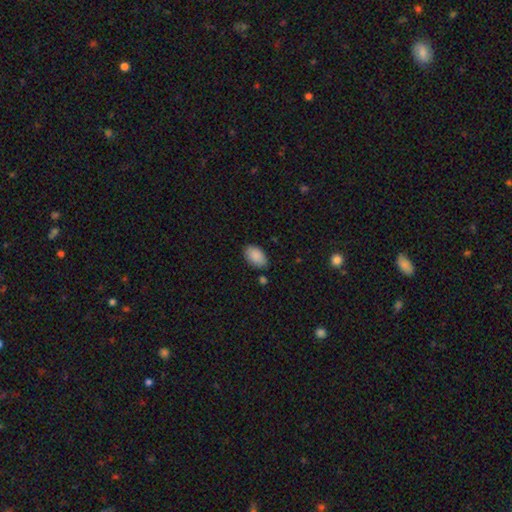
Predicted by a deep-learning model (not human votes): smooth 89%, star or artifact 7%, featured or disk 4%. Down the decision tree: how rounded — in between (93%); merging — none (80%).